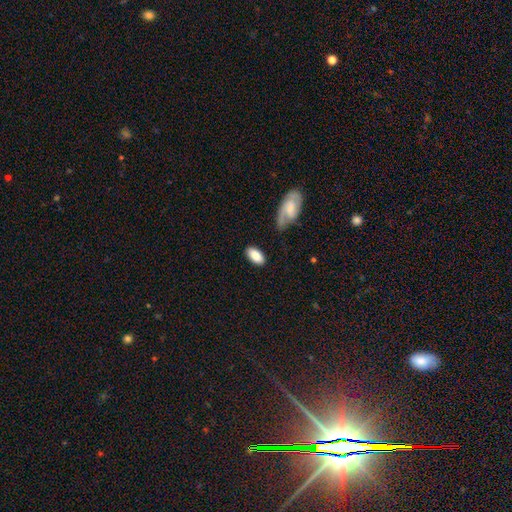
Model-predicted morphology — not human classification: Smooth or featured? Predicted: smooth (p=0.81). How rounded? Predicted: in between (p=0.92). Merging? Predicted: none (p=0.79).